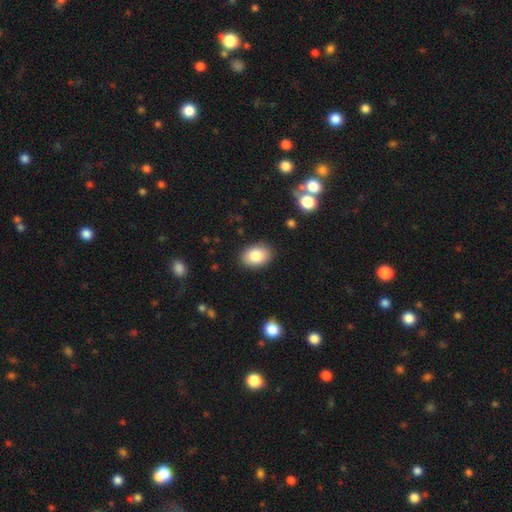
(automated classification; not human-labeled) The model was most divided on "how rounded": in between: 81%, round: 18%, cigar-shaped: 1%. More confident: merging — none (88%); smooth or featured — smooth (84%).